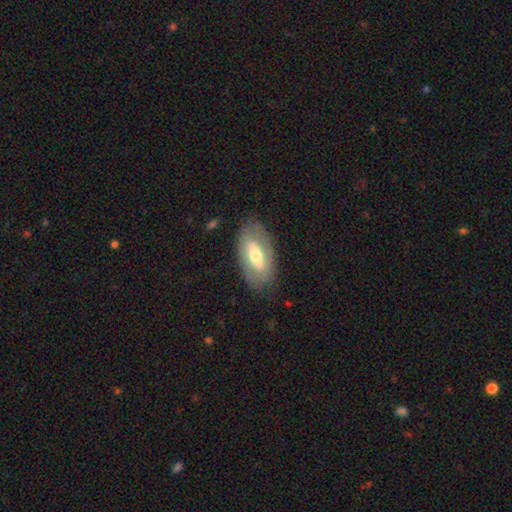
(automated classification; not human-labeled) This is possibly a featured or disk galaxy (57%). It is clearly not viewed edge-on (86%). Merging: likely none (80%).